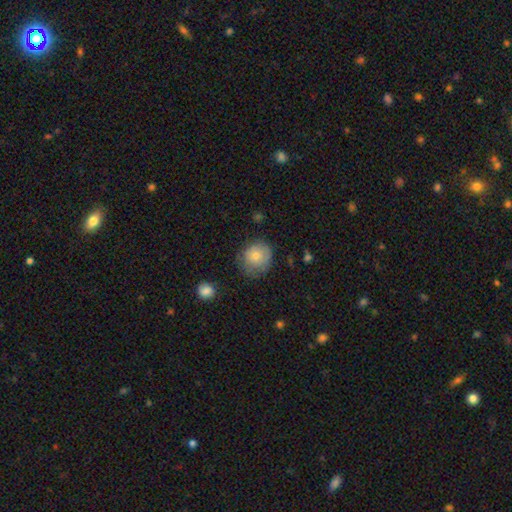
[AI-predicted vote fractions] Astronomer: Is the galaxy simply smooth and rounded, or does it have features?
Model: smooth — 72%.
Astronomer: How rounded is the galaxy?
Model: round — 83%.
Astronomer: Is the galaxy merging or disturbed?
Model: none — 67%.